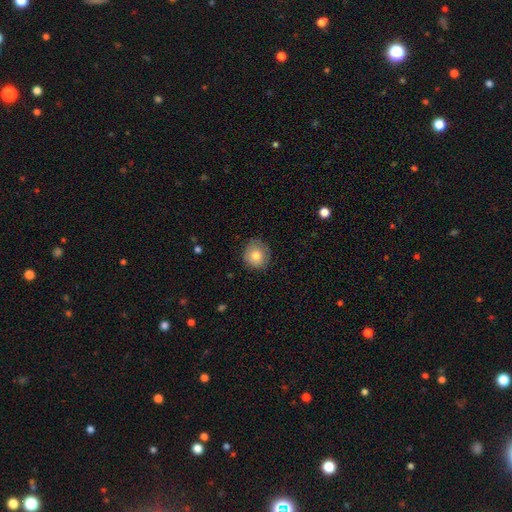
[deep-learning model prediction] This is likely a smooth galaxy (77%). How rounded: clearly round (87%). Merging: clearly none (80%).